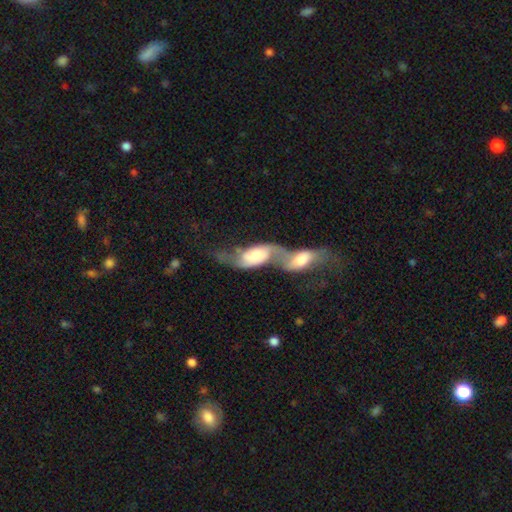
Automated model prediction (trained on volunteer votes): A featured or disk galaxy (53%).

Vote fractions:
- Smooth or featured? featured or disk: 53% / smooth: 41% / star or artifact: 6%
- Edge-on disk? no: 88% / yes: 12%
- Merging? merger: 78% / major disturbance: 9% / none: 8% / minor disturbance: 5%